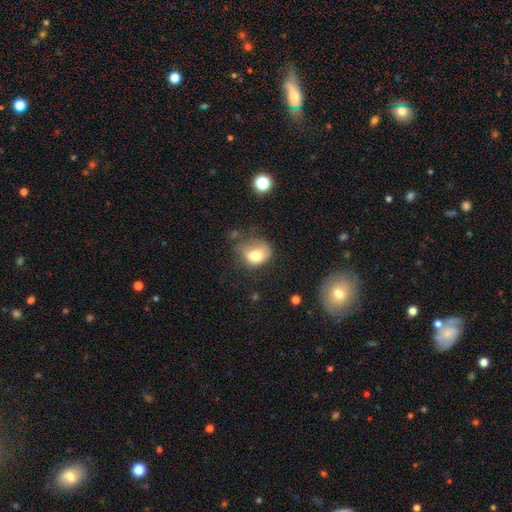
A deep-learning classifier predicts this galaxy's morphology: This appears to be a smooth galaxy with no disk features (73%) that is in between round and cigar-shaped (51%). Merging: minor disturbance (34%).